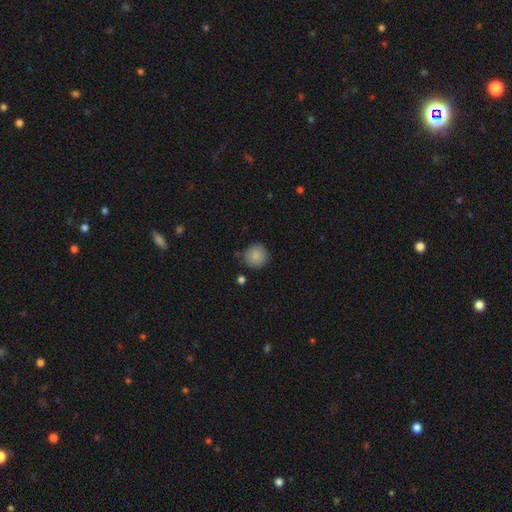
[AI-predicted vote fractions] A smooth galaxy with no disk features (87%) that is round (92%).

Vote fractions:
- Smooth or featured? smooth: 87% / star or artifact: 8% / featured or disk: 5%
- How rounded? round: 92% / in between: 7% / cigar-shaped: 1%
- Merging? none: 81% / minor disturbance: 13% / merger: 3% / major disturbance: 3%